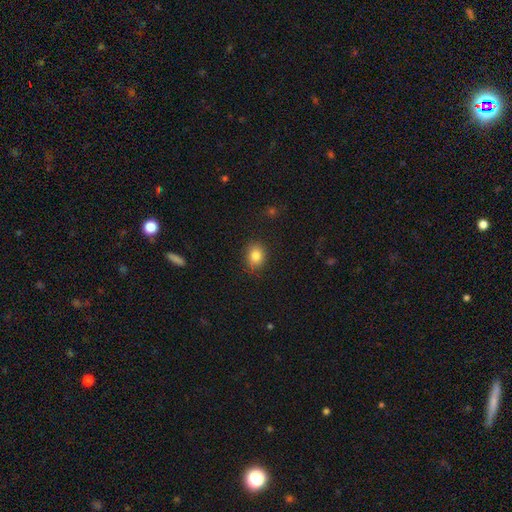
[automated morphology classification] Smooth or featured: smooth — 84% (star or artifact — 10%)
How rounded: round — 56% (in between — 43%)
Merging: none — 85% (minor disturbance — 11%)